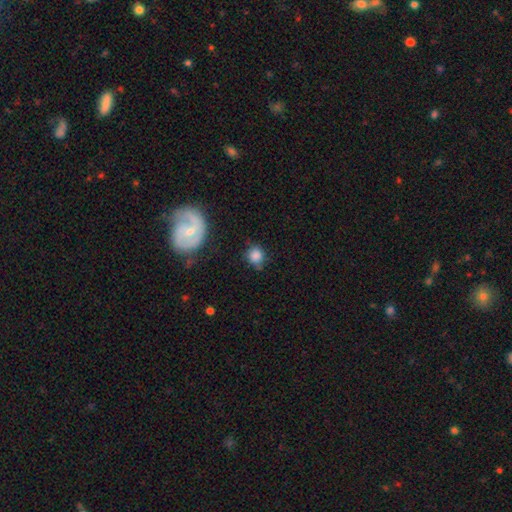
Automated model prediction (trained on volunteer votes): Smooth or featured?
  - smooth: 81% *
  - star or artifact: 10%
  - featured or disk: 9%
How rounded?
  - round: 83% *
  - in between: 16%
  - cigar-shaped: 1%
Merging?
  - none: 73% *
  - minor disturbance: 18%
  - major disturbance: 5%
  - merger: 4%